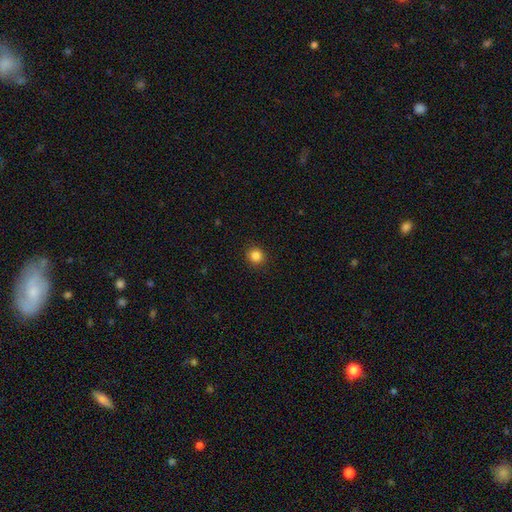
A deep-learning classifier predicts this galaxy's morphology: This appears to be a smooth galaxy with no disk features (85%) that is round (90%). Merging: none (91%).